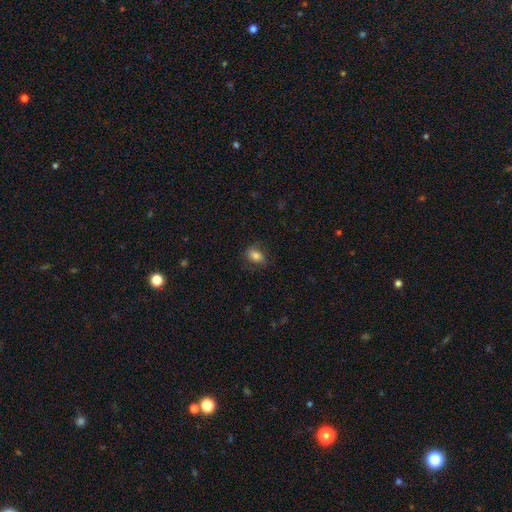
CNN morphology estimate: This is likely a smooth galaxy (73%). How rounded: likely in between (78%). Merging: likely none (72%).